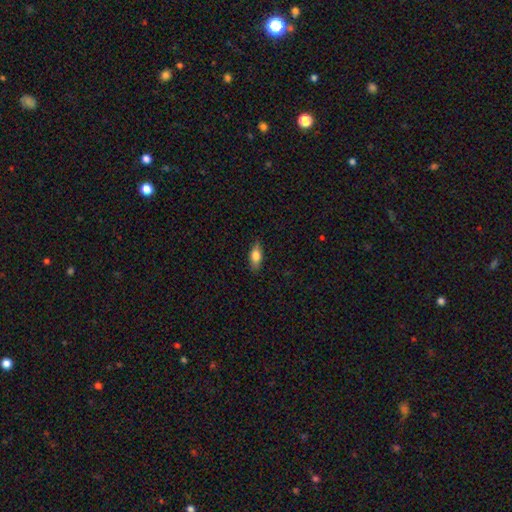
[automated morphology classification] Q: Smooth or featured?
A: smooth (73%); runner-up: featured or disk (20%)
Q: How rounded?
A: in between (78%); runner-up: cigar-shaped (18%)
Q: Merging?
A: none (81%); runner-up: minor disturbance (15%)